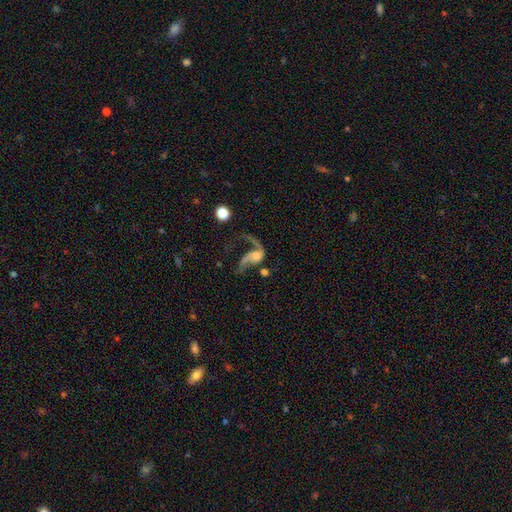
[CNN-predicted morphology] A featured or disk galaxy (76%) with no bar (65%), 2 (72%) loose (84%) spiral arms (86%) and a moderate central bulge (46%).

Vote fractions:
- Smooth or featured? featured or disk: 76% / smooth: 15% / star or artifact: 9%
- Edge-on disk? no: 96% / yes: 4%
- Bar? no: 65% / weak: 27% / strong: 8%
- Spiral arms? yes: 86% / no: 14%
- Spiral winding? loose: 84% / medium: 13% / tight: 3%
- Spiral arm count? 2: 72% / 1: 19% / can't tell: 4% / 3: 3% / 4: 1% / more than 4: 1%
- Bulge size? moderate: 46% / small: 31% / large: 10% / none: 10% / dominant: 3%
- Merging? major disturbance: 43% / none: 29% / merger: 15% / minor disturbance: 13%